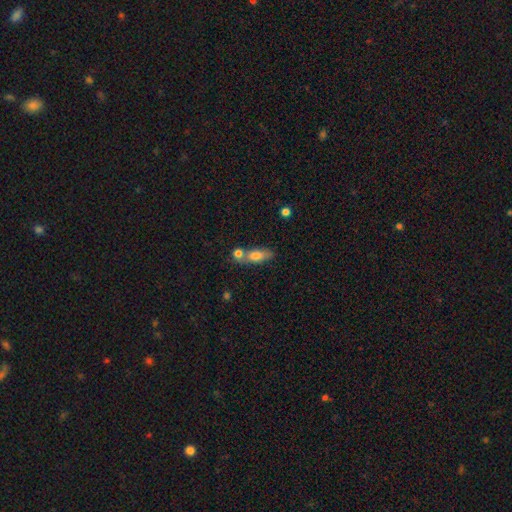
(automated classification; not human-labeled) Morphology: type=smooth (75%); roundness=in between (70%); merging=none (46%).